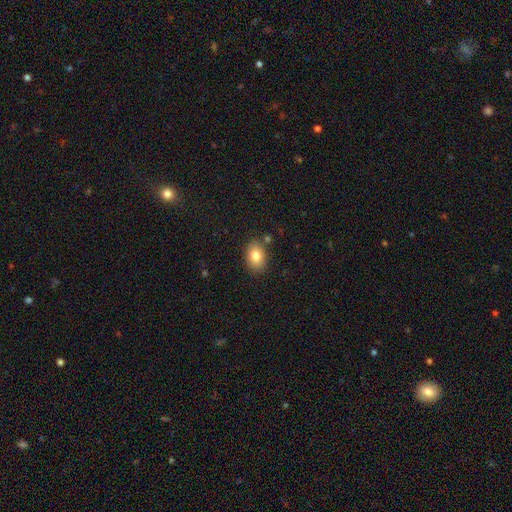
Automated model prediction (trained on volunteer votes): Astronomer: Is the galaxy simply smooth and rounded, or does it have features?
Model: smooth — 81%.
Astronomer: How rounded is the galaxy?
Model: in between — 77%.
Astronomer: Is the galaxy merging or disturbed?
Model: none — 83%.